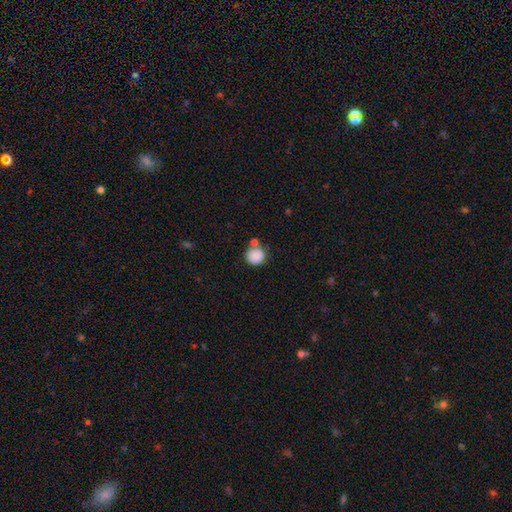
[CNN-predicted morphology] Smooth or featured? Predicted: smooth (p=0.87). How rounded? Predicted: round (p=0.88). Merging? Predicted: none (p=0.63).